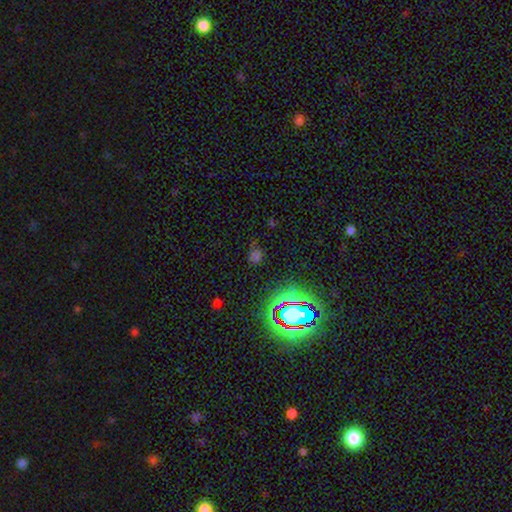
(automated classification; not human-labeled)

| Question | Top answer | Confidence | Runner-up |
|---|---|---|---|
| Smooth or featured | star or artifact | 54% | smooth (37%) |